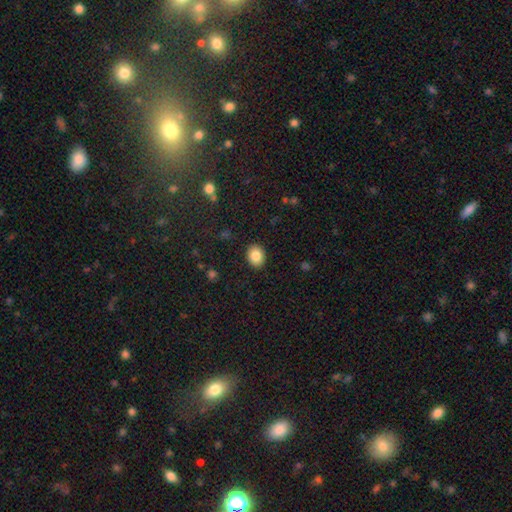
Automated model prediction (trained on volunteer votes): This appears to be a smooth galaxy with no disk features (85%) that is in between round and cigar-shaped (54%). Merging: none (90%).